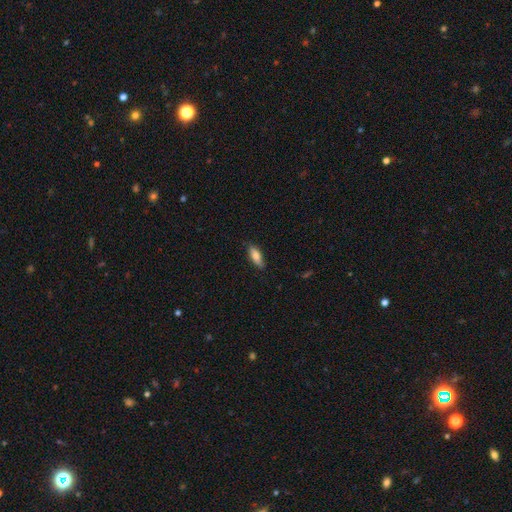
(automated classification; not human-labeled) This appears to be a smooth galaxy with no disk features (79%) that is in between round and cigar-shaped (72%). Merging: none (81%).